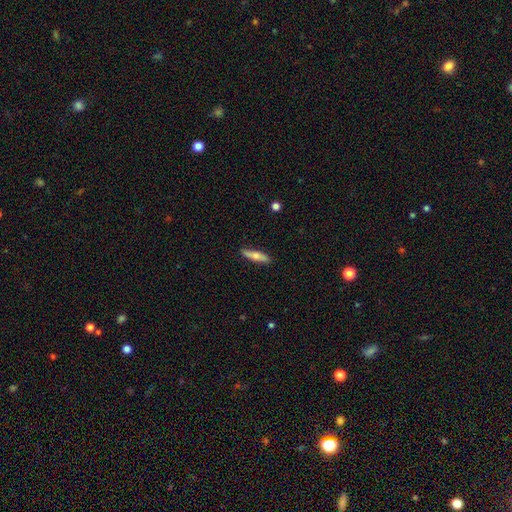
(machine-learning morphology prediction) Smooth or featured? Predicted: smooth (p=0.60). How rounded? Predicted: cigar-shaped (p=0.80). Merging? Predicted: none (p=0.86).